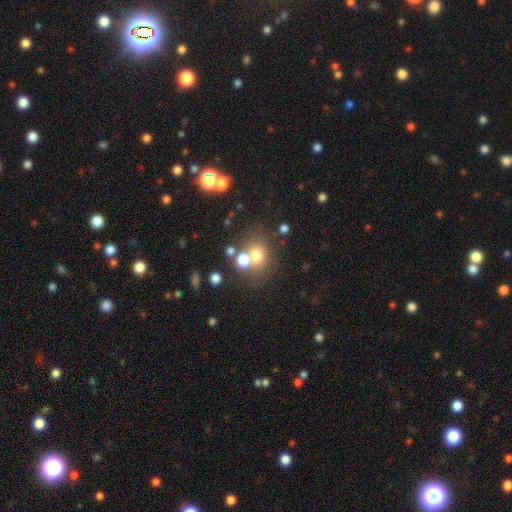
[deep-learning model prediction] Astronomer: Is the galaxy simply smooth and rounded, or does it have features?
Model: smooth — 69%.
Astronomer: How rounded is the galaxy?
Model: round — 71%.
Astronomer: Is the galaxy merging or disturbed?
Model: none — 53% (runner-up: merger, 32%).